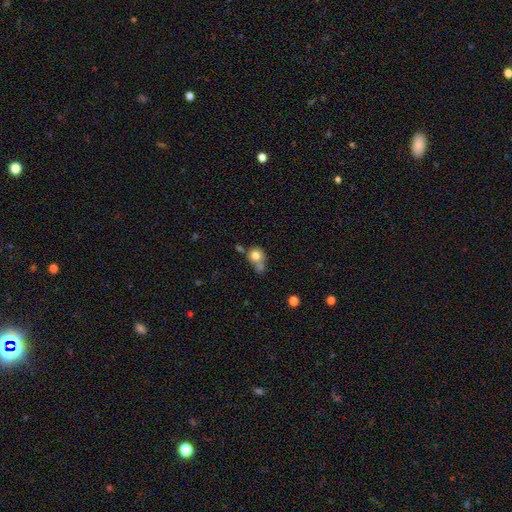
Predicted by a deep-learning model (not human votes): This appears to be a smooth galaxy with no disk features (77%) that is round (75%). Merging: merger (38%).